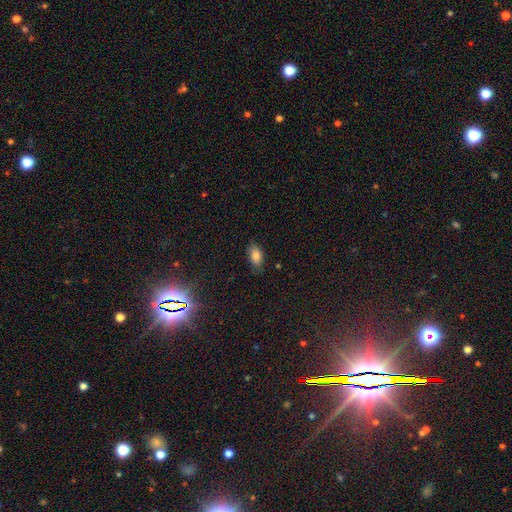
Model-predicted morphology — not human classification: Smooth or featured?
  - smooth: 82% *
  - star or artifact: 10%
  - featured or disk: 7%
How rounded?
  - in between: 91% *
  - round: 6%
  - cigar-shaped: 3%
Merging?
  - none: 81% *
  - minor disturbance: 15%
  - major disturbance: 3%
  - merger: 1%